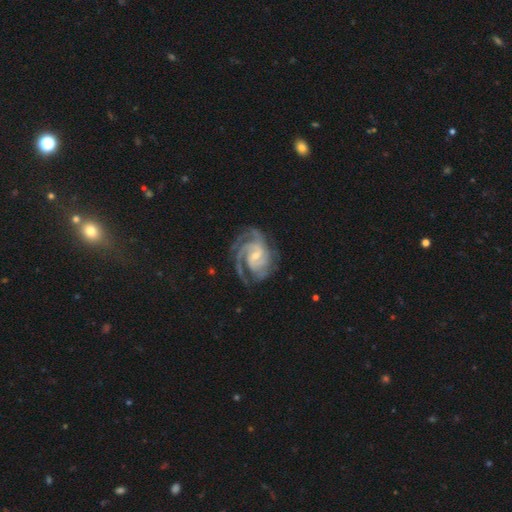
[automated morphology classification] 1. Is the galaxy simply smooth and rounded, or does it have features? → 93% featured or disk, 4% star or artifact, 3% smooth.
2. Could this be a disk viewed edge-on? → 98% no, 2% yes.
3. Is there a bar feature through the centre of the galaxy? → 49% weak, 35% no, 16% strong.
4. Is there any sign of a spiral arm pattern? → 98% yes, 2% no.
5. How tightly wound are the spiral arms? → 60% tight, 35% medium, 5% loose.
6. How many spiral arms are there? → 42% 3, 18% 2, 17% 4, 12% can't tell, 6% more than 4, 6% 1.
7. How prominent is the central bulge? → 60% small, 35% moderate, 2% none, 2% large, 1% dominant.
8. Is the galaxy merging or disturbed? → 71% none, 18% minor disturbance, 10% major disturbance, 1% merger.